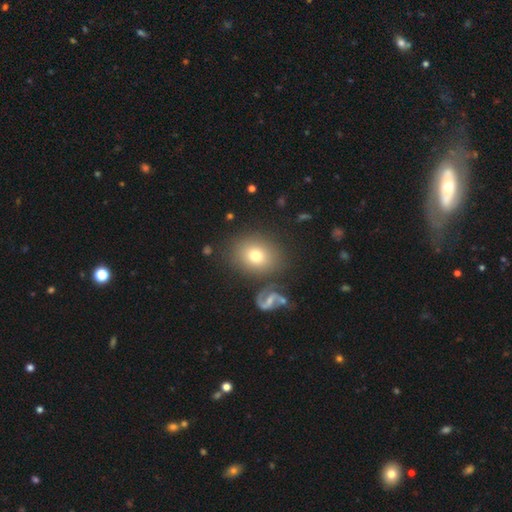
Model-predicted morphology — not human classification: Q: Smooth or featured?
A: smooth (69%); runner-up: featured or disk (20%)
Q: How rounded?
A: round (63%); runner-up: in between (36%)
Q: Merging?
A: none (77%); runner-up: minor disturbance (11%)